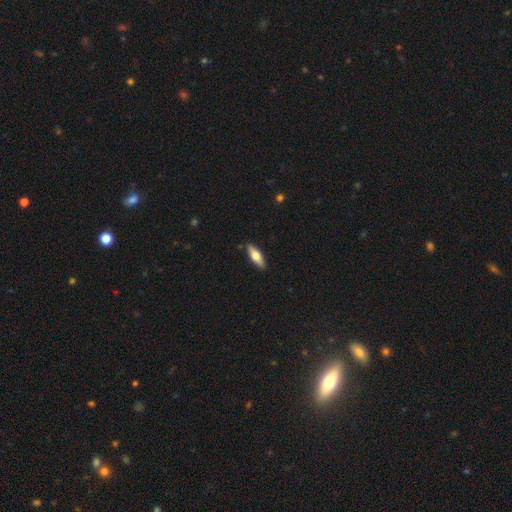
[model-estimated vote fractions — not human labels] Smooth or featured? smooth (54%)
How rounded? in between (53%)
Merging? none (88%)